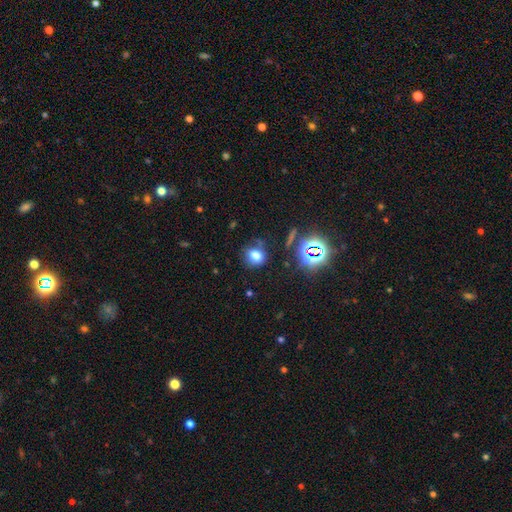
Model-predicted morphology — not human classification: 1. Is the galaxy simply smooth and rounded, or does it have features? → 70% smooth, 20% star or artifact, 10% featured or disk.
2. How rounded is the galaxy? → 53% round, 45% in between, 2% cigar-shaped.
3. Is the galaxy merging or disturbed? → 65% none, 21% minor disturbance, 9% major disturbance, 5% merger.